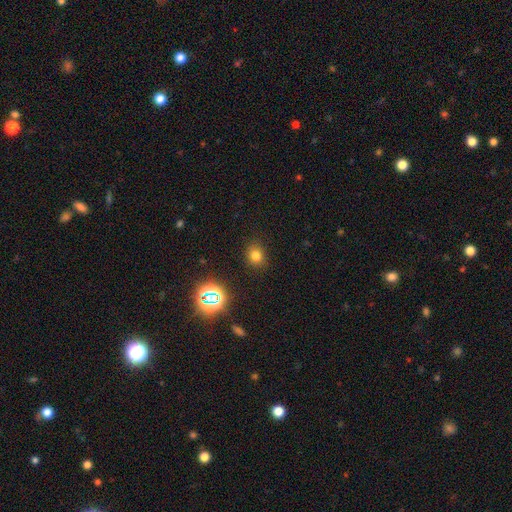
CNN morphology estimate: Smooth or featured? Predicted: smooth (p=0.73). How rounded? Predicted: round (p=0.70). Merging? Predicted: none (p=0.87).